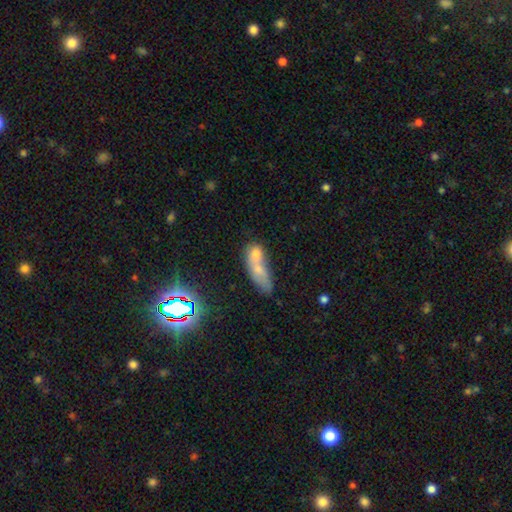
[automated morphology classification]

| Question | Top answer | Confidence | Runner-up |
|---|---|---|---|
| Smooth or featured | smooth | 60% | featured or disk (24%) |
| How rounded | in between | 58% | cigar-shaped (26%) |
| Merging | merger | 60% | none (20%) |